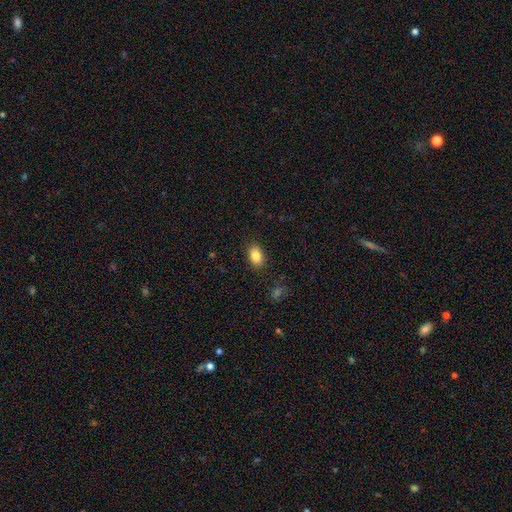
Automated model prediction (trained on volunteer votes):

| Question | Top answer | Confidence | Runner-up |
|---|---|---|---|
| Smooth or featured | smooth | 85% | star or artifact (9%) |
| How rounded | in between | 86% | round (13%) |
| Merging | none | 87% | minor disturbance (9%) |